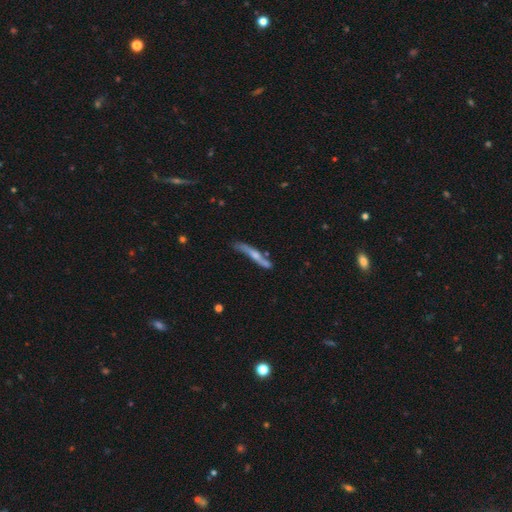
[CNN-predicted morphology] smooth_or_featured: featured or disk (p=0.51) [alt: smooth p=0.43]
disk_edge_on: yes (p=0.78) [alt: no p=0.22]
merging: none (p=0.54) [alt: minor disturbance p=0.26]